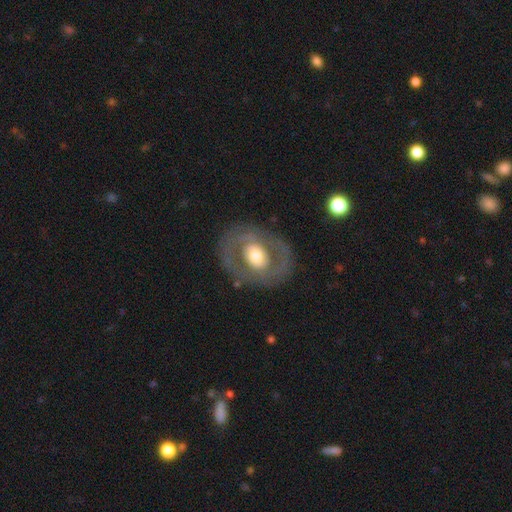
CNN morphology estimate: This is likely a featured or disk galaxy (67%). It is clearly not viewed edge-on (95%). Bar: likely no (63%). Spiral arm pattern: possibly no (59%). Central bulge: possibly moderate (57%). Merging: likely none (79%).